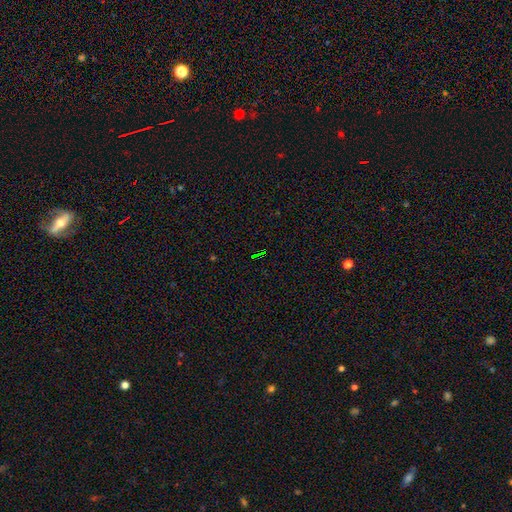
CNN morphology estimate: This is likely a star or artifact rather than a galaxy (76%).